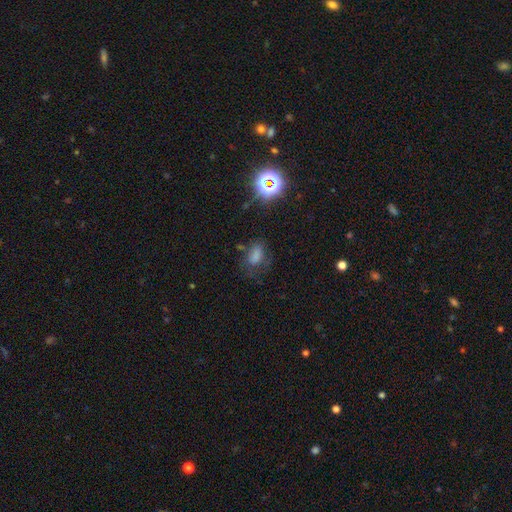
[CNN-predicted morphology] Smooth or featured?
  - smooth: 65% *
  - star or artifact: 20%
  - featured or disk: 14%
How rounded?
  - in between: 83% *
  - round: 13%
  - cigar-shaped: 4%
Merging?
  - none: 51% *
  - minor disturbance: 24%
  - major disturbance: 20%
  - merger: 4%